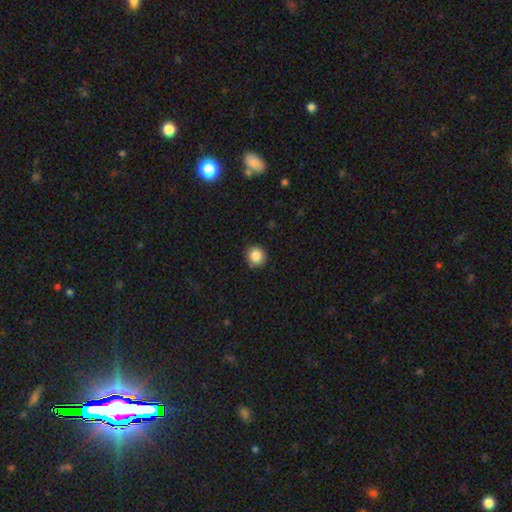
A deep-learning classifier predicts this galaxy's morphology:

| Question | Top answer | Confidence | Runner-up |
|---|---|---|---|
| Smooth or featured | smooth | 86% | star or artifact (10%) |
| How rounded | round | 92% | in between (7%) |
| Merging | none | 88% | minor disturbance (8%) |